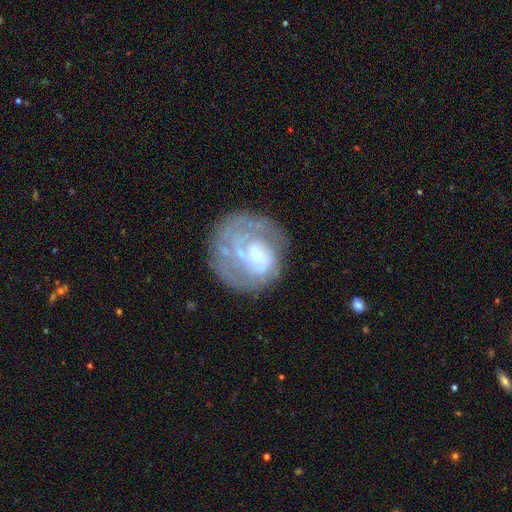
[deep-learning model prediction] smooth-or-featured: featured or disk: 67% | smooth: 25% | star or artifact: 8%
  disk-edge-on: no: 98% | yes: 2%
    bar: no: 58% | weak: 33% | strong: 9%
    has-spiral-arms: yes: 60% | no: 40%
    bulge-size: small: 36% (tied) | moderate: 36% (tied) | none: 18% | large: 8% | dominant: 2%
  merging: none: 54% | major disturbance: 22% | minor disturbance: 20% | merger: 5%